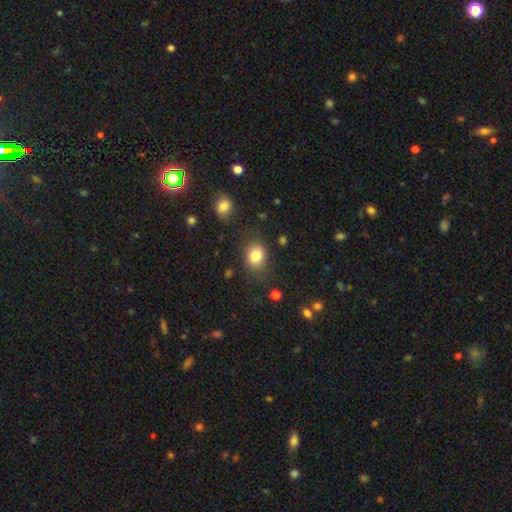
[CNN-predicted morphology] type=smooth (83%); roundness=in between (52%); merging=none (77%).